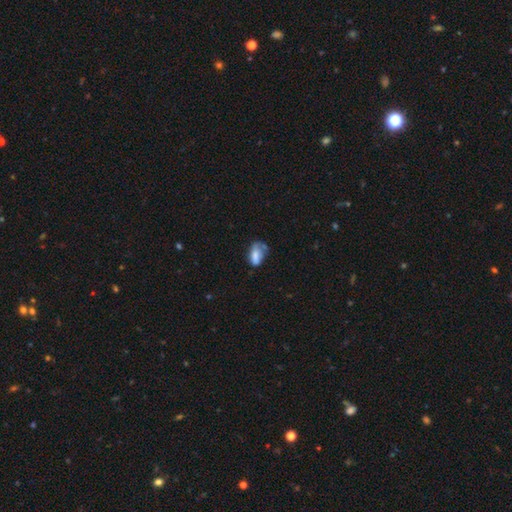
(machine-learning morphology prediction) The model was most divided on "merging": none: 35%, minor disturbance: 33%, major disturbance: 24%, merger: 8%. More confident: how rounded — in between (89%); smooth or featured — smooth (69%).